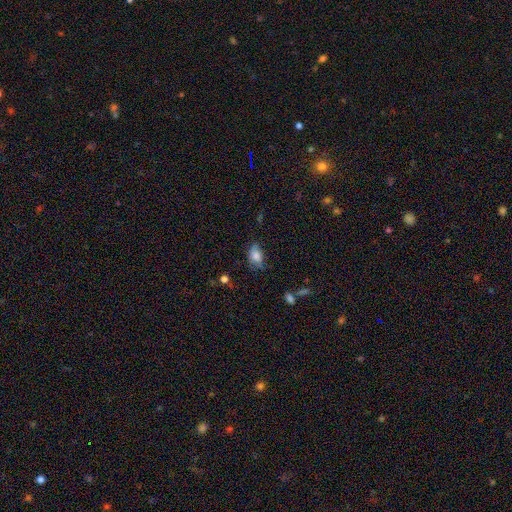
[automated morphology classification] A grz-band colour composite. It shows a smooth galaxy with no disk features (77%) that is in between round and cigar-shaped (85%). Merging: none (52%).